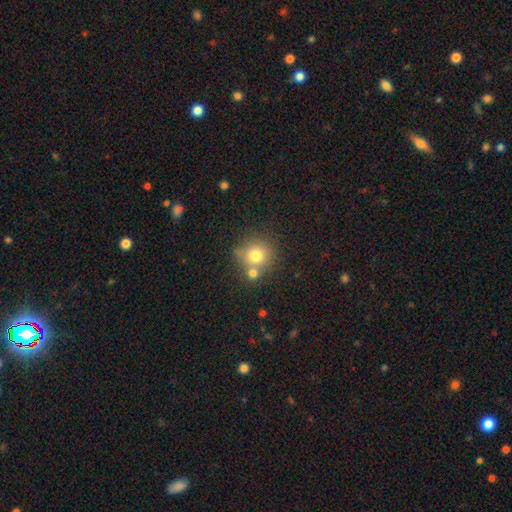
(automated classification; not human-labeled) A smooth galaxy with no disk features (75%) that is round (90%).

Vote fractions:
- Smooth or featured? smooth: 75% / featured or disk: 13% / star or artifact: 13%
- How rounded? round: 90% / in between: 9% / cigar-shaped: 1%
- Merging? none: 59% / merger: 29% / minor disturbance: 9% / major disturbance: 3%